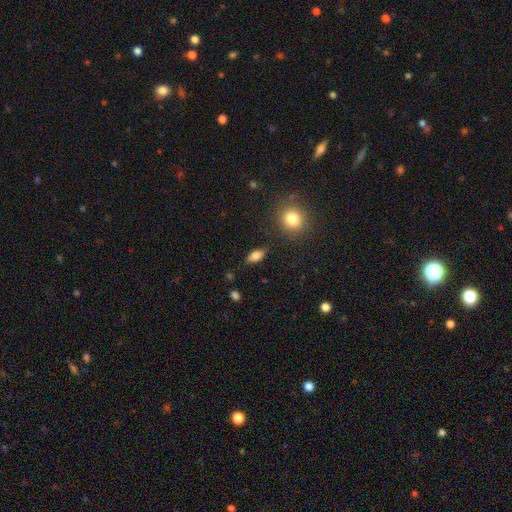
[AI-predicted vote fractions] smooth-or-featured: smooth: 82% | featured or disk: 9% | star or artifact: 9%
  how-rounded: in between: 87% | cigar-shaped: 7% | round: 7%
  merging: none: 83% | minor disturbance: 12% | major disturbance: 3% | merger: 2%